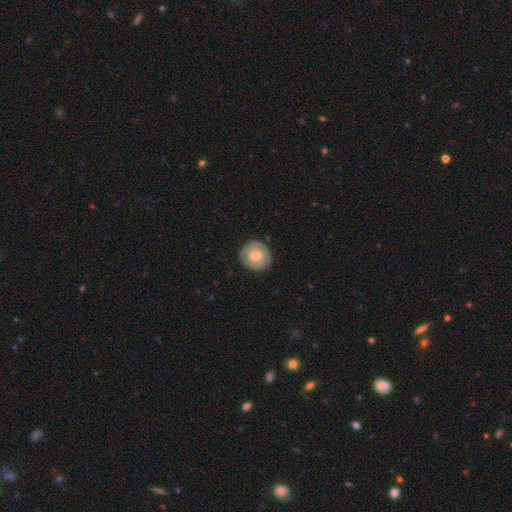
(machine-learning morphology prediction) Smooth or featured? featured or disk (52%)
Edge-on disk? no (97%)
Bar? no (54%)
Spiral arms? yes (58%)
Bulge size? moderate (59%)
Merging? none (83%)